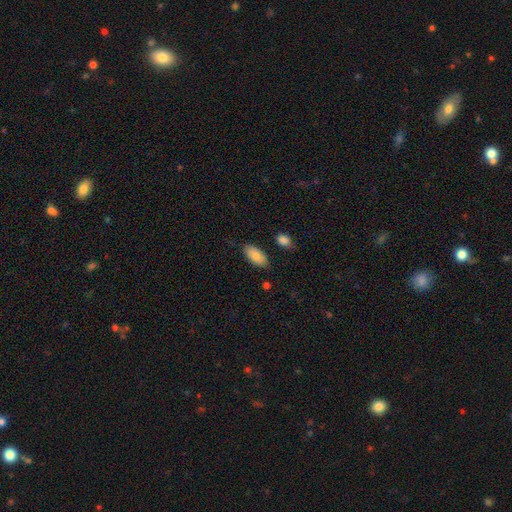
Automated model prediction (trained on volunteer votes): A smooth galaxy with no disk features (85%) that is in between round and cigar-shaped (93%). Merging: none (83%).